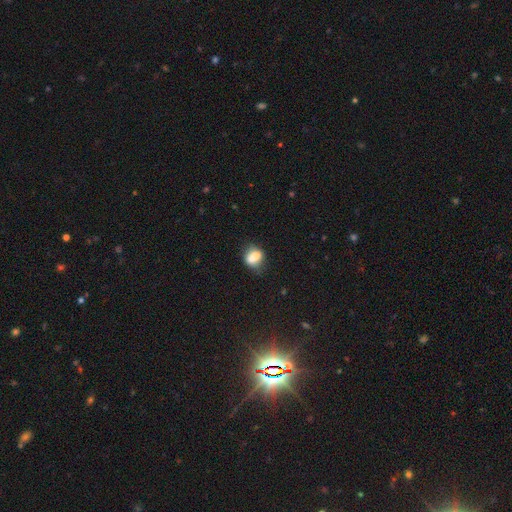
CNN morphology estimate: The model was most divided on "how rounded": in between: 61%, round: 30%, cigar-shaped: 9%. More confident: smooth or featured — smooth (72%); merging — none (64%).